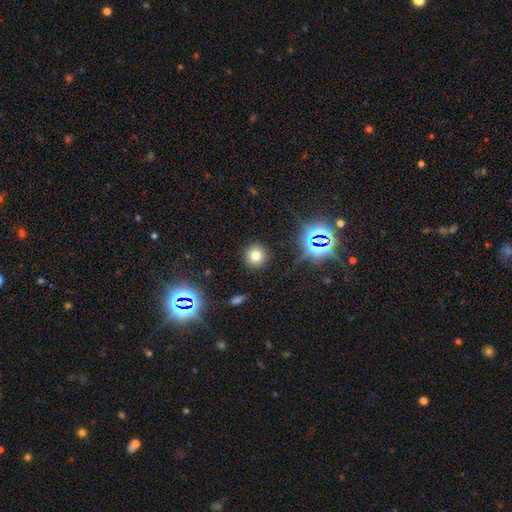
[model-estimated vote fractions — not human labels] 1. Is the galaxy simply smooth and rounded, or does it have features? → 71% smooth, 20% star or artifact, 9% featured or disk.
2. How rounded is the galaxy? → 92% round, 7% in between, 1% cigar-shaped.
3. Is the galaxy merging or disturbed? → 90% none, 6% minor disturbance, 2% major disturbance, 2% merger.